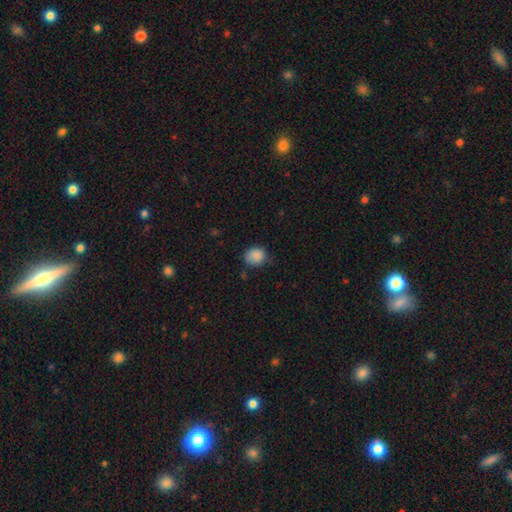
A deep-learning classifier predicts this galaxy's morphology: This is clearly a smooth galaxy (87%). How rounded: likely round (68%). Merging: likely none (64%).